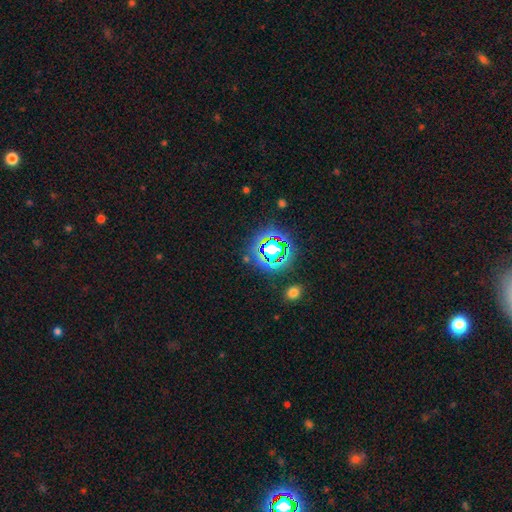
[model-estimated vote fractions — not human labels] smooth_or_featured: star or artifact (p=0.80) [alt: smooth p=0.13]